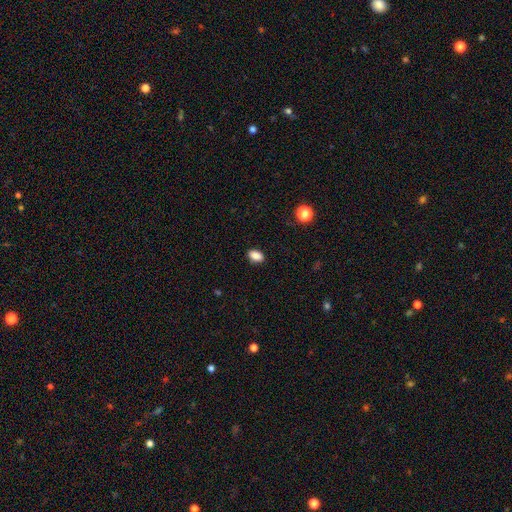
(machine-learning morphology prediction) Q: Smooth or featured?
A: smooth (87%); runner-up: star or artifact (9%)
Q: How rounded?
A: in between (88%); runner-up: round (10%)
Q: Merging?
A: none (87%); runner-up: minor disturbance (9%)